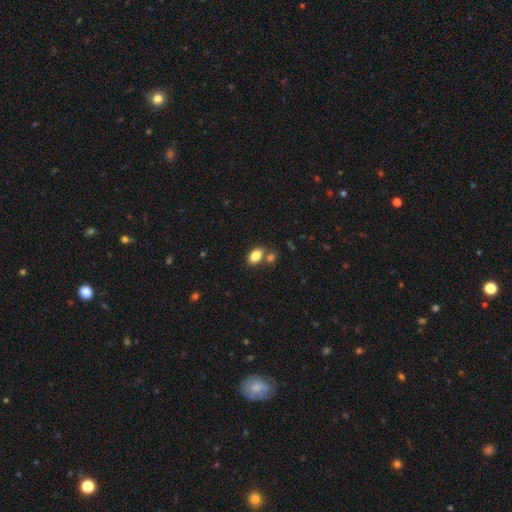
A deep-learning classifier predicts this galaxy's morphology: A smooth galaxy with no disk features (84%) that is in between round and cigar-shaped (89%). Merging: none (63%).